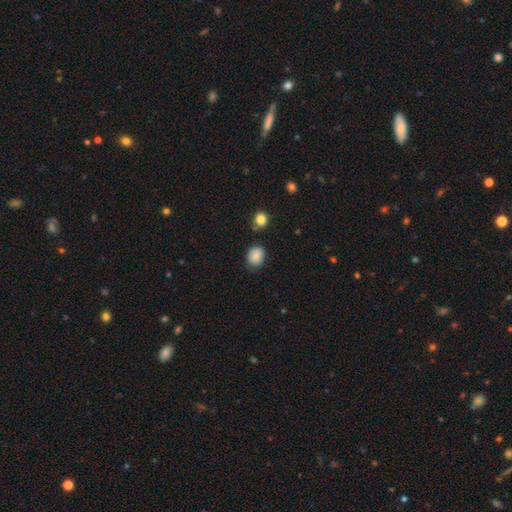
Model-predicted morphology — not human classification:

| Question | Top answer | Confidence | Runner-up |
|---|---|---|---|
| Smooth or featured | smooth | 84% | star or artifact (9%) |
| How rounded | round | 60% | in between (39%) |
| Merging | none | 73% | minor disturbance (20%) |